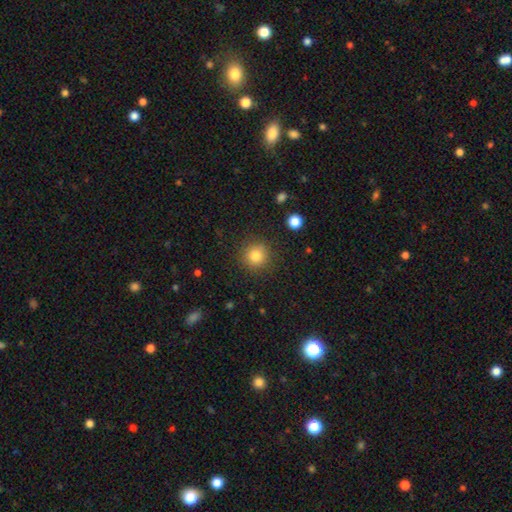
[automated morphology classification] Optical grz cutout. It shows a smooth galaxy with no disk features (82%) that is round (93%). Merging: none (88%).